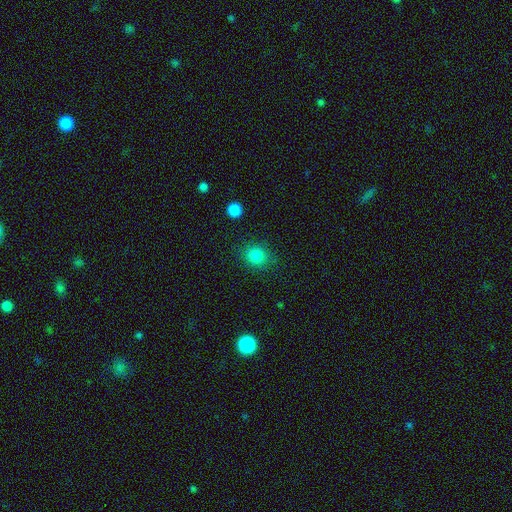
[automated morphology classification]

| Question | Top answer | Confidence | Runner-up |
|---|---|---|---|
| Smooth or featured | smooth | 84% | star or artifact (11%) |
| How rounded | round | 78% | in between (21%) |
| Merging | none | 85% | minor disturbance (10%) |